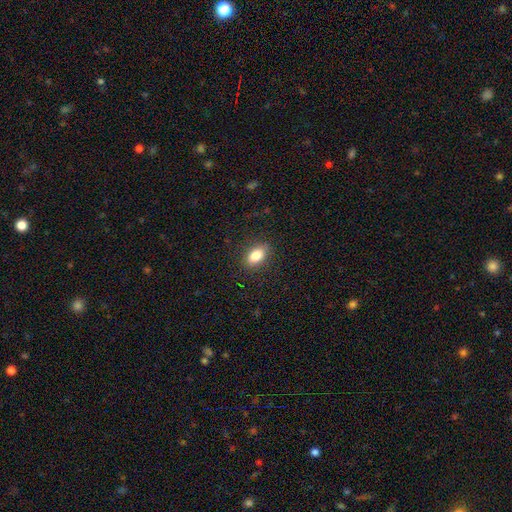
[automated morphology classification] smooth-or-featured: smooth: 85% | star or artifact: 8% | featured or disk: 7%
  how-rounded: in between: 89% | round: 8% | cigar-shaped: 3%
  merging: none: 87% | minor disturbance: 9% | major disturbance: 3% | merger: 1%